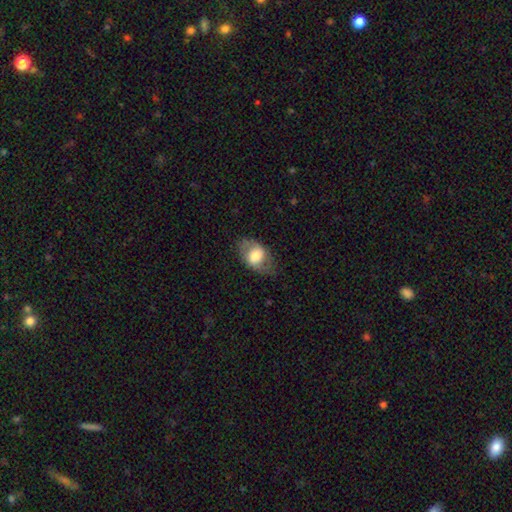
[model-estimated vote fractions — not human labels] A smooth galaxy with no disk features (56%) that is in between round and cigar-shaped (81%).

Vote fractions:
- Smooth or featured? smooth: 56% / featured or disk: 37% / star or artifact: 7%
- How rounded? in between: 81% / round: 18% / cigar-shaped: 2%
- Merging? none: 71% / minor disturbance: 19% / major disturbance: 9% / merger: 1%